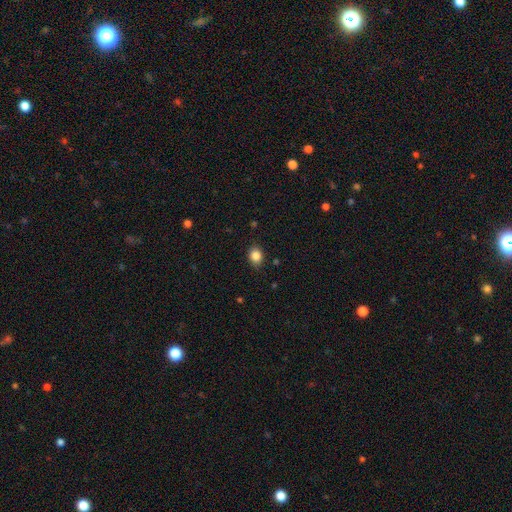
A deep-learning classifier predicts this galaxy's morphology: This is clearly a smooth galaxy (85%). How rounded: possibly in between (53%). Merging: clearly none (84%).